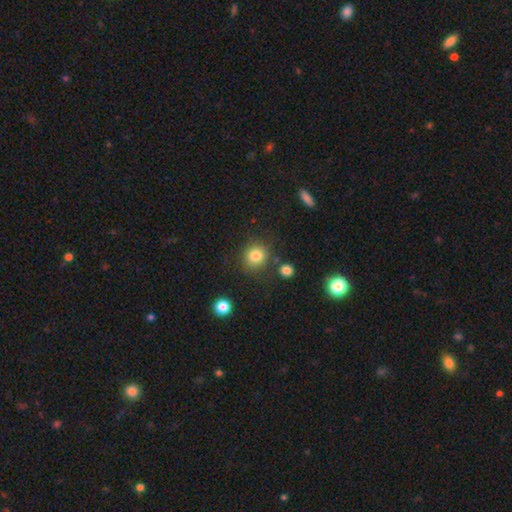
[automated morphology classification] Smooth or featured? Predicted: smooth (p=0.82). How rounded? Predicted: round (p=0.86). Merging? Predicted: none (p=0.81).